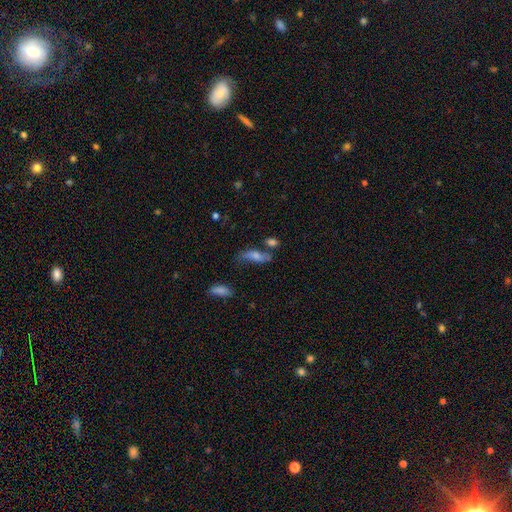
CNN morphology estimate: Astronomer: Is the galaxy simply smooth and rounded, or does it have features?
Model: smooth — 59%.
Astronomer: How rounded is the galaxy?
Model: in between — 59% (runner-up: cigar-shaped, 37%).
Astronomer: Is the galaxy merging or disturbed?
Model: none — 45% (runner-up: minor disturbance, 24%).